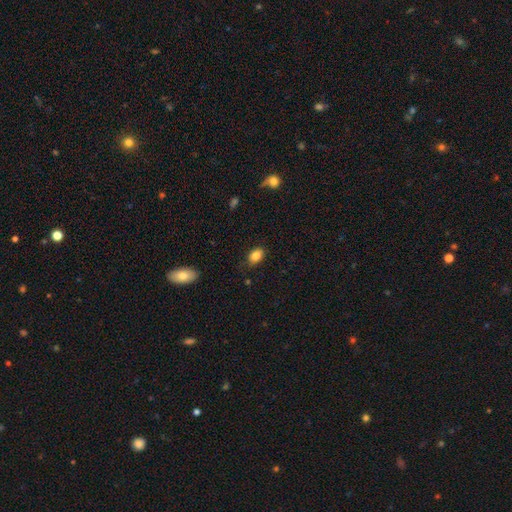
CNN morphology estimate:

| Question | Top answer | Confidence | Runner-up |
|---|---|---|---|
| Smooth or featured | smooth | 84% | star or artifact (9%) |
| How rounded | in between | 83% | round (16%) |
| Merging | none | 79% | minor disturbance (16%) |